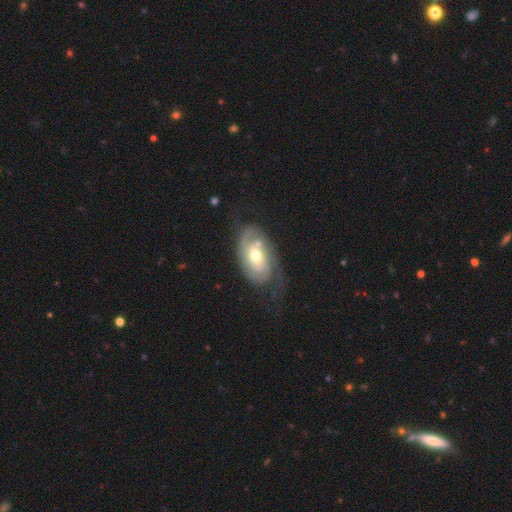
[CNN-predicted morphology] A featured or disk galaxy (76%) with no bar (67%), 2 (49%) tight (58%) spiral arms (87%) and a moderate central bulge (70%). Merging: none (51%).